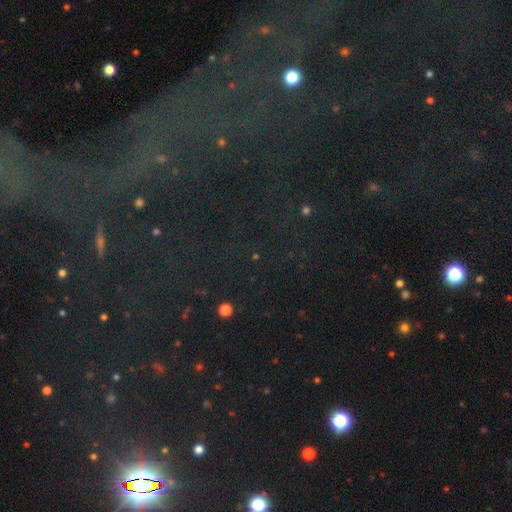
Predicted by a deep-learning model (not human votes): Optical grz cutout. It shows a star or artifact, not a galaxy (76%).